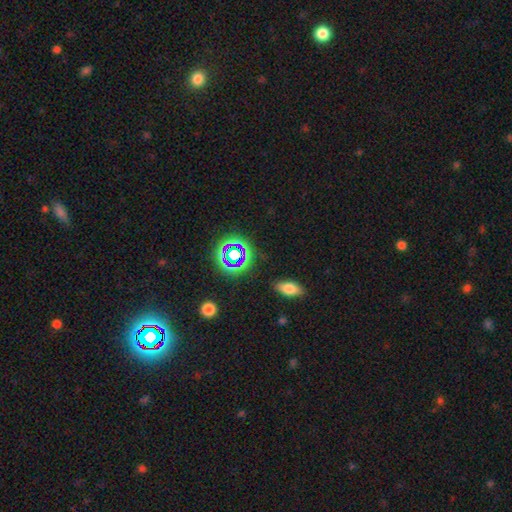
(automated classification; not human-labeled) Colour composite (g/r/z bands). It shows a star or artifact, not a galaxy (54%).